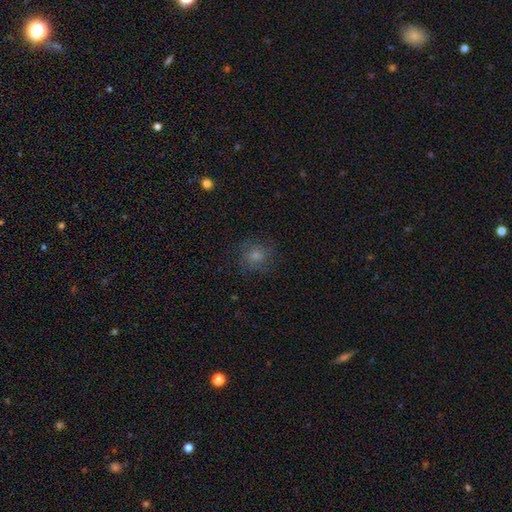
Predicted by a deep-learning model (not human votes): Q: Smooth or featured?
A: smooth (42%); runner-up: featured or disk (31%)
Q: Merging?
A: none (80%); runner-up: minor disturbance (12%)